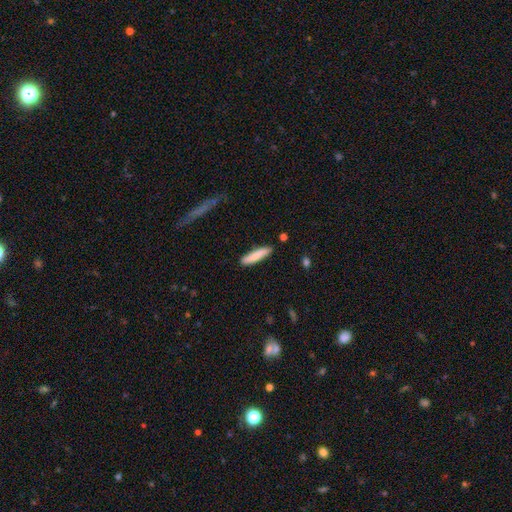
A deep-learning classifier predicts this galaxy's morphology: Smooth or featured: smooth — 80% (featured or disk — 14%)
How rounded: cigar-shaped — 85% (in between — 14%)
Merging: none — 85% (minor disturbance — 11%)